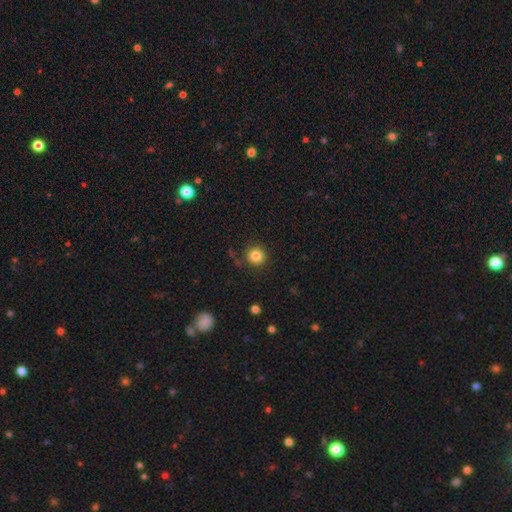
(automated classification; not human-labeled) smooth-or-featured: smooth: 84% | star or artifact: 11% | featured or disk: 5%
  how-rounded: round: 93% | in between: 6% | cigar-shaped: 1%
  merging: none: 86% | minor disturbance: 9% | major disturbance: 3% | merger: 3%